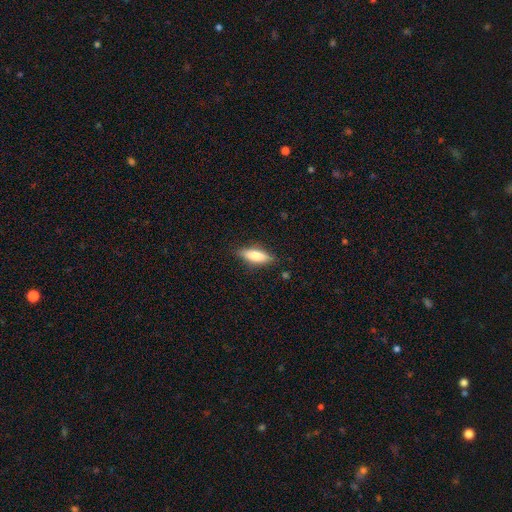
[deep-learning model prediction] Smooth or featured? Predicted: smooth (p=0.76). How rounded? Predicted: in between (p=0.59). Merging? Predicted: none (p=0.84).